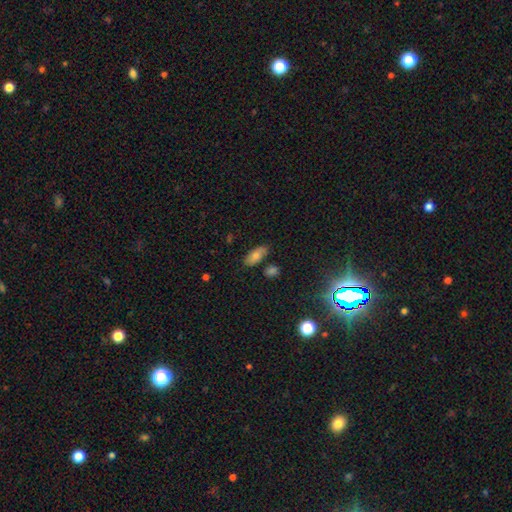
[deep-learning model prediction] Smooth or featured? smooth (69%)
How rounded? in between (87%)
Merging? none (77%)